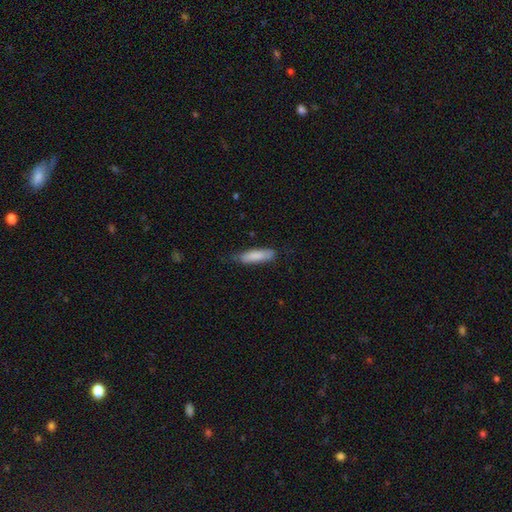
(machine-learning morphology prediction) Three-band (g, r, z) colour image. It shows a smooth galaxy with no disk features (84%) that is cigar-shaped (69%). Merging: none (71%).